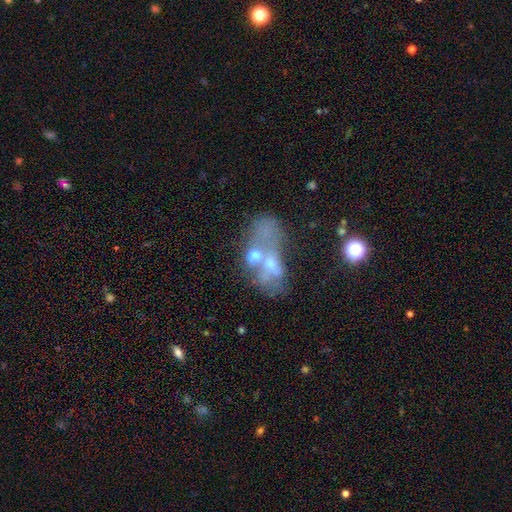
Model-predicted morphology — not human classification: smooth_or_featured: featured or disk (p=0.46) [alt: smooth p=0.33]
merging: merger (p=0.59) [alt: none p=0.21]